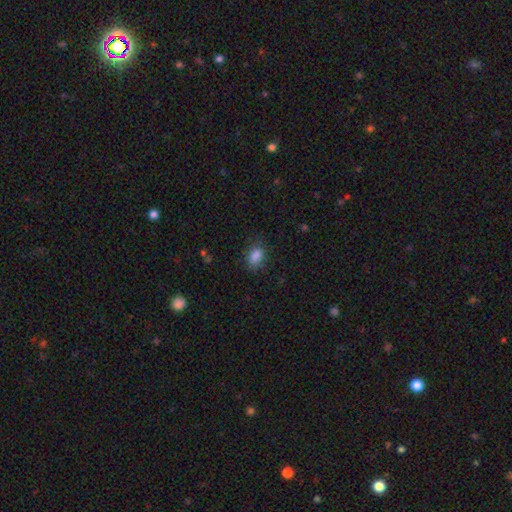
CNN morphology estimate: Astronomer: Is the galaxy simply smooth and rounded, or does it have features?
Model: smooth — 86%.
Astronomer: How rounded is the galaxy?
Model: in between — 80%.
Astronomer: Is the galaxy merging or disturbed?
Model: none — 77%.